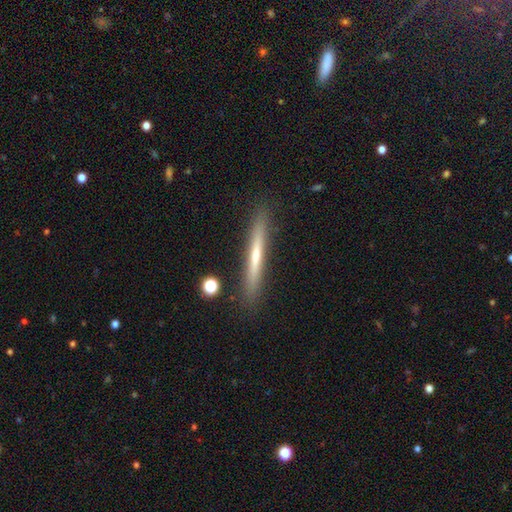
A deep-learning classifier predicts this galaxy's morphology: smooth_or_featured: featured or disk (p=0.58) [alt: smooth p=0.35]
disk_edge_on: yes (p=0.96) [alt: no p=0.04]
edge_on_bulge: rounded (p=0.55) [alt: none p=0.41]
merging: none (p=0.89) [alt: minor disturbance p=0.08]